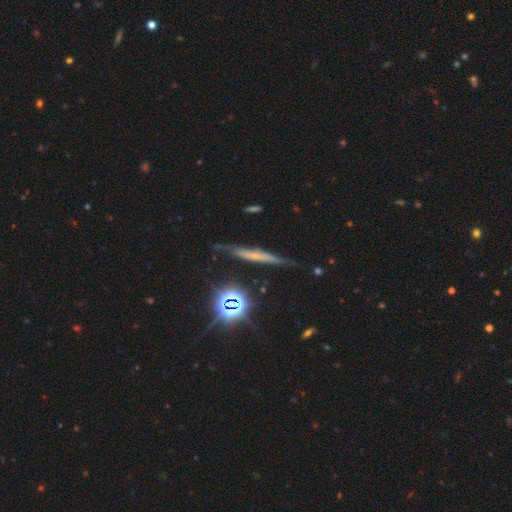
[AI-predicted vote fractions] Smooth or featured?
  - featured or disk: 45% *
  - smooth: 34%
  - star or artifact: 21%
Merging?
  - none: 72% *
  - minor disturbance: 19%
  - major disturbance: 5%
  - merger: 3%